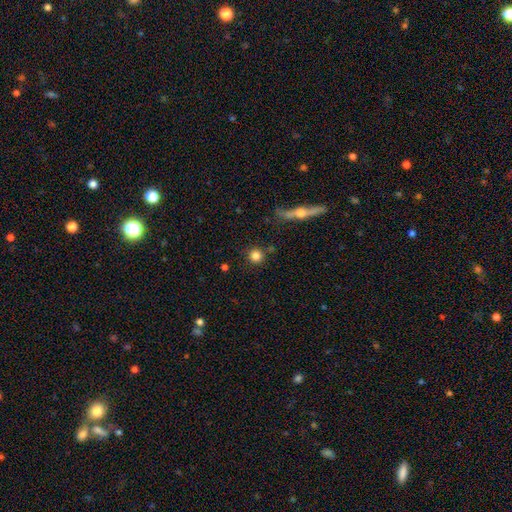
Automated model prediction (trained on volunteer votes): smooth-or-featured: smooth: 82% | star or artifact: 10% | featured or disk: 8%
  how-rounded: round: 94% | in between: 4% | cigar-shaped: 1%
  merging: none: 84% | minor disturbance: 8% | merger: 5% | major disturbance: 3%